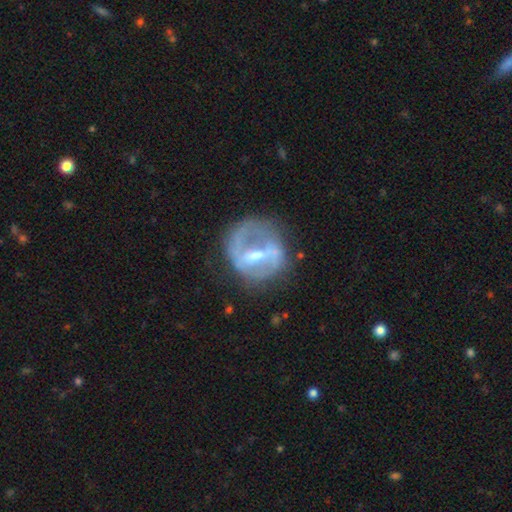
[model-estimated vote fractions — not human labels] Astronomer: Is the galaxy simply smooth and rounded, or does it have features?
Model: featured or disk — 73%.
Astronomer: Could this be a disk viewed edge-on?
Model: no — 95%.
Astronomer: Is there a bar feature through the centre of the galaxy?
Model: strong — 44% (runner-up: weak, 38%).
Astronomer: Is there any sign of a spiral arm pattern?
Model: yes — 55% (runner-up: no, 45%).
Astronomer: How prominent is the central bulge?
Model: moderate — 53% (runner-up: small, 37%).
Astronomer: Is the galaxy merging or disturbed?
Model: none — 54%.